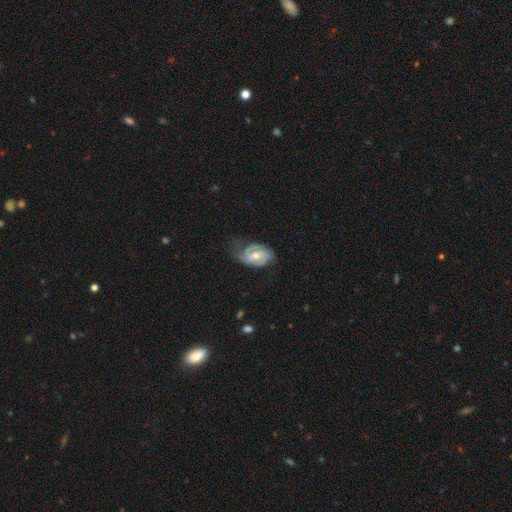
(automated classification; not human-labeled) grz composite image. It shows a featured or disk galaxy (70%) with no bar (47%), 2 (62%) medium (41%) spiral arms (88%) and a moderate central bulge (67%). Merging: none (49%).